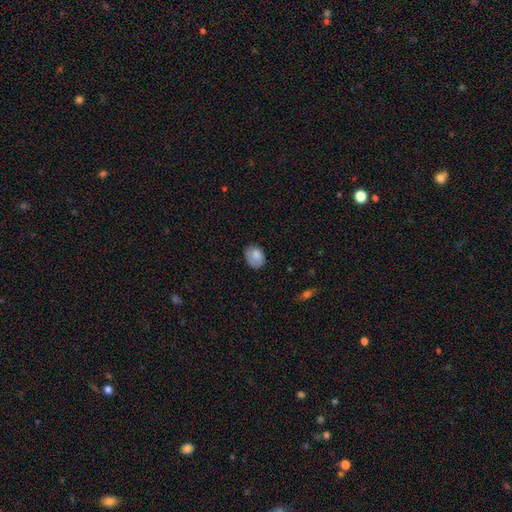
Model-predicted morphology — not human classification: Smooth or featured: smooth — 79% (featured or disk — 13%)
How rounded: in between — 63% (round — 36%)
Merging: none — 66% (minor disturbance — 25%)